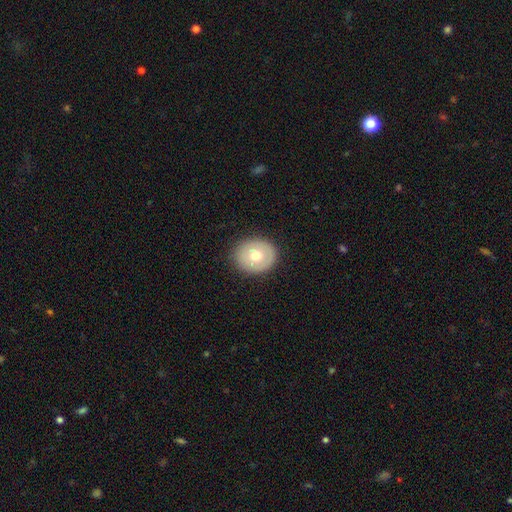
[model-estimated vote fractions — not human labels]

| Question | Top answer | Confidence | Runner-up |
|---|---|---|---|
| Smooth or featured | smooth | 66% | featured or disk (26%) |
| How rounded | round | 67% | in between (32%) |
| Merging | none | 87% | minor disturbance (10%) |